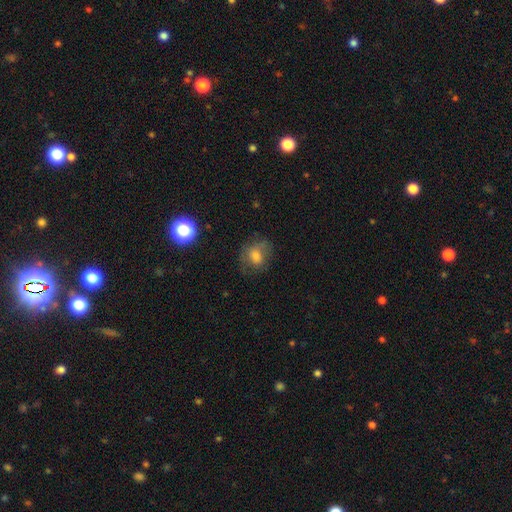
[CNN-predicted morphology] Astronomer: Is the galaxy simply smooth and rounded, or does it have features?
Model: smooth — 67%.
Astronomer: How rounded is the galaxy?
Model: round — 59% (runner-up: in between, 40%).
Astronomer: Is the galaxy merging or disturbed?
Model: none — 62%.